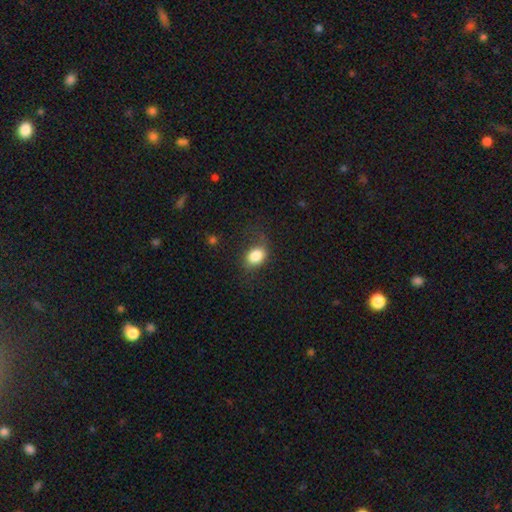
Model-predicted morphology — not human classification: smooth-or-featured: smooth: 84% | star or artifact: 8% | featured or disk: 7%
  how-rounded: in between: 69% | round: 30% | cigar-shaped: 1%
  merging: none: 63% | minor disturbance: 23% | major disturbance: 12% | merger: 2%